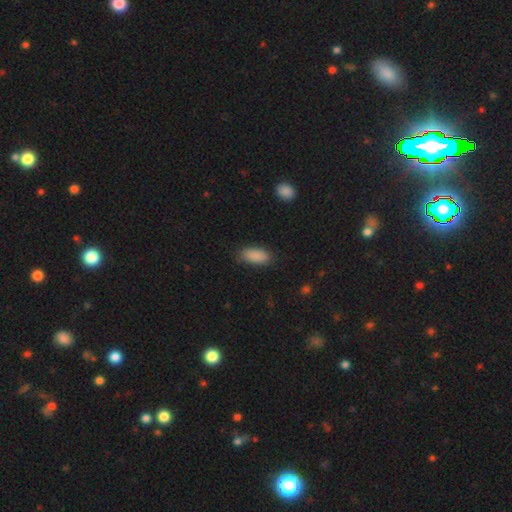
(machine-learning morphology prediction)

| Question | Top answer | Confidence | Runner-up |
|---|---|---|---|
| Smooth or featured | smooth | 89% | star or artifact (7%) |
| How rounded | in between | 87% | cigar-shaped (10%) |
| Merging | none | 83% | minor disturbance (13%) |